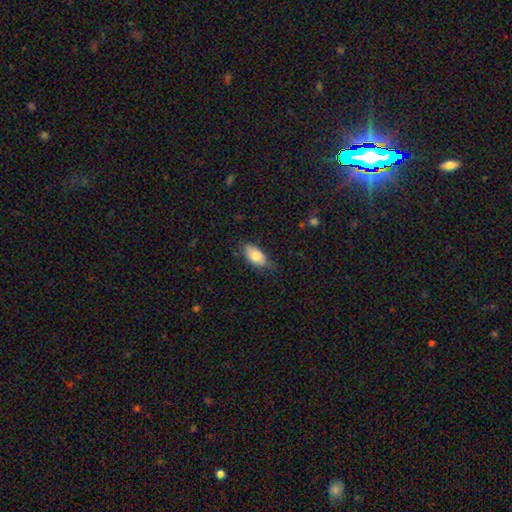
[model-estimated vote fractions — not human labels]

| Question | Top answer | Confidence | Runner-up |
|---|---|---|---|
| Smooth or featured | smooth | 80% | featured or disk (14%) |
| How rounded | in between | 90% | cigar-shaped (6%) |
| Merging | none | 69% | minor disturbance (25%) |